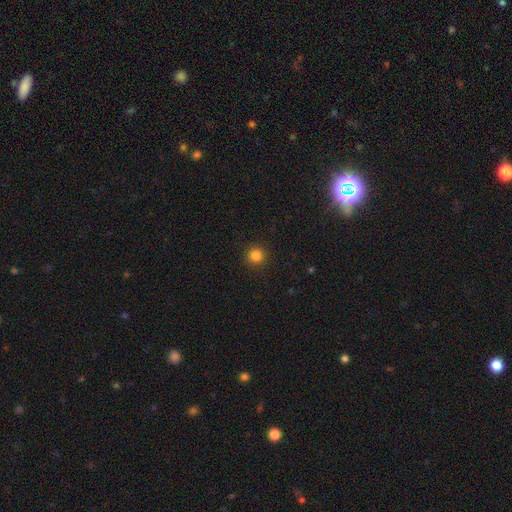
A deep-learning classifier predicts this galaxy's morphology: smooth_or_featured: smooth (p=0.83) [alt: star or artifact p=0.13]
how_rounded: round (p=0.96) [alt: in between p=0.03]
merging: none (p=0.93) [alt: minor disturbance p=0.04]